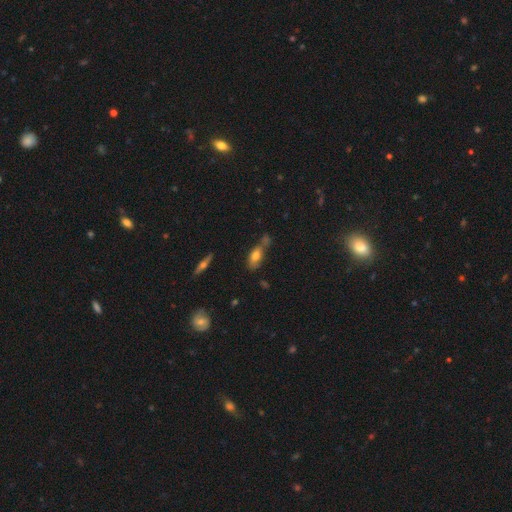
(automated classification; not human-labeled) Smooth or featured? smooth (69%)
How rounded? in between (76%)
Merging? none (45%)